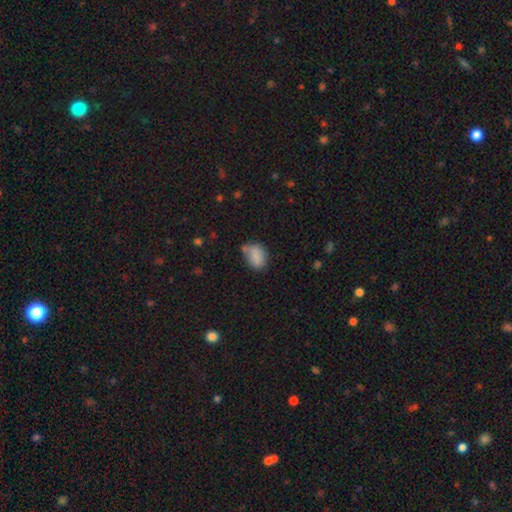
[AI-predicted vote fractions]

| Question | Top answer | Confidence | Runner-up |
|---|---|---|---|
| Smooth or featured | smooth | 82% | star or artifact (9%) |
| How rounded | in between | 78% | round (20%) |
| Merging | none | 53% | minor disturbance (29%) |